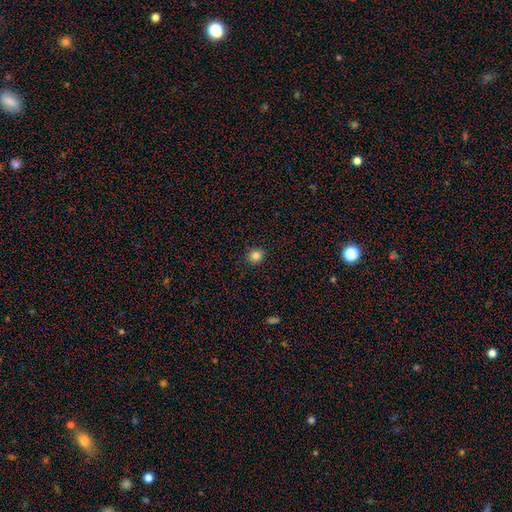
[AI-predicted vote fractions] A smooth galaxy with no disk features (84%) that is round (89%). Merging: none (91%).